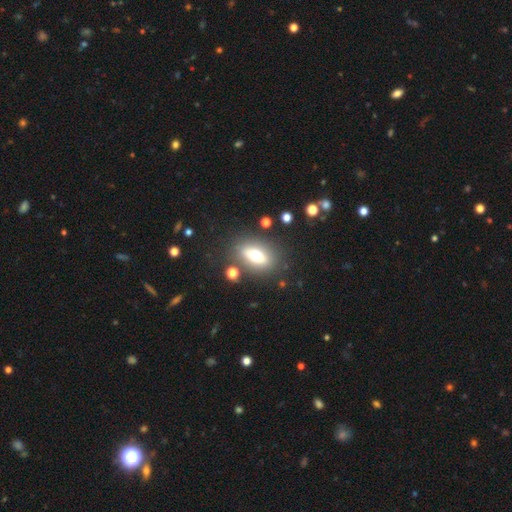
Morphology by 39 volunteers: Overall: smooth (51%; featured or disk 38%). How rounded: in between (75%). Merging: none (77%).